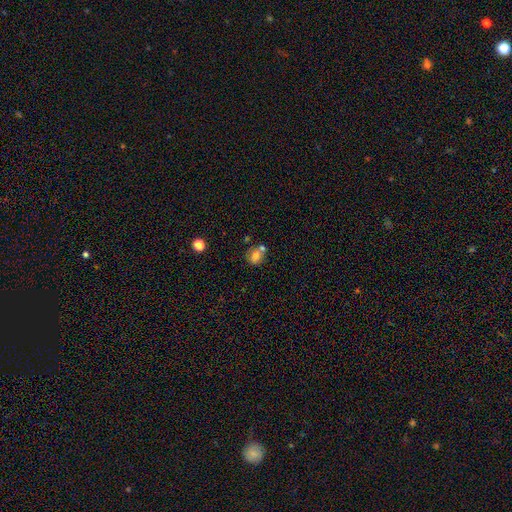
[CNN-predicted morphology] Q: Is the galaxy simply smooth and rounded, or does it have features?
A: smooth — 72%.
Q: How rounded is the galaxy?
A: round — 58%.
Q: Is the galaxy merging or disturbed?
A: none — 44%.